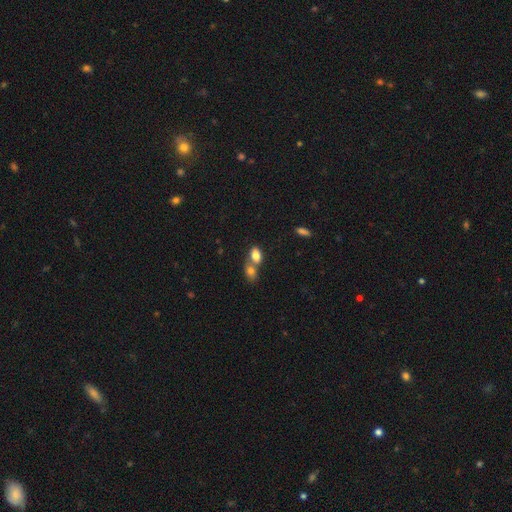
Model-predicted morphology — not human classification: Smooth or featured? smooth (80%)
How rounded? in between (79%)
Merging? merger (59%)